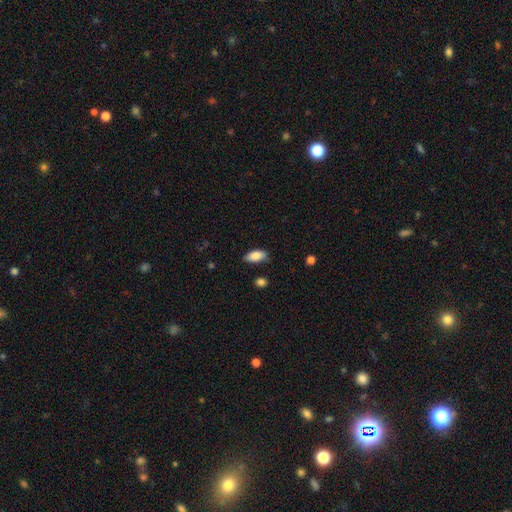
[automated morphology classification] Q: Smooth or featured?
A: smooth (86%); runner-up: star or artifact (7%)
Q: How rounded?
A: in between (90%); runner-up: cigar-shaped (7%)
Q: Merging?
A: none (79%); runner-up: minor disturbance (17%)